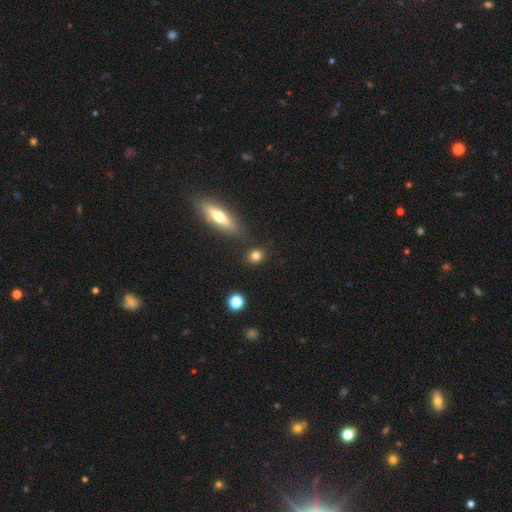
Q: Smooth or featured?
A: smooth (89%); runner-up: featured or disk (5%)
Q: How rounded?
A: round (74%); runner-up: in between (15%)
Q: Merging?
A: none (86%); runner-up: major disturbance (6%)